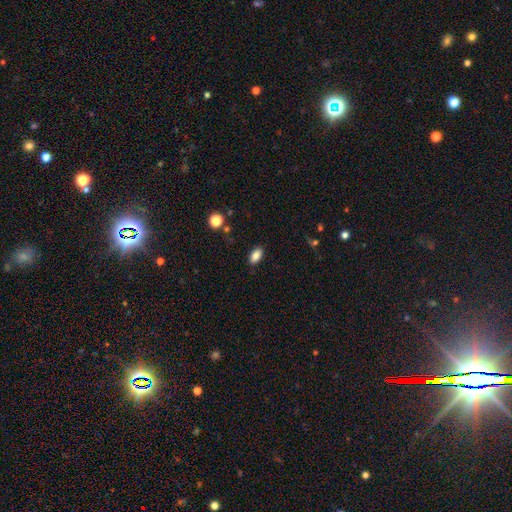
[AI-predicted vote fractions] Smooth or featured: smooth — 84% (star or artifact — 9%)
How rounded: in between — 90% (round — 6%)
Merging: none — 87% (minor disturbance — 9%)